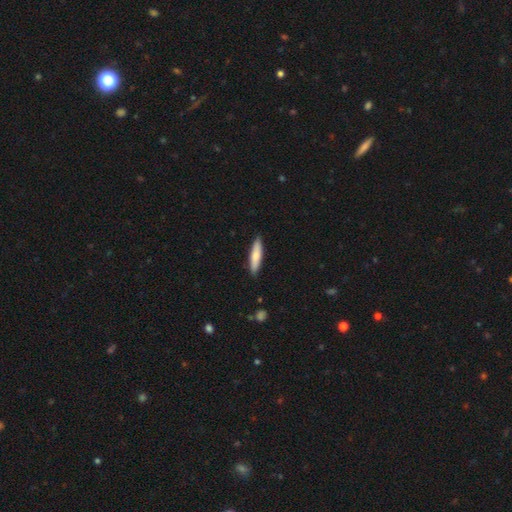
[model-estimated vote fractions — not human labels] A smooth galaxy with no disk features (73%) that is cigar-shaped (80%). Merging: none (89%).